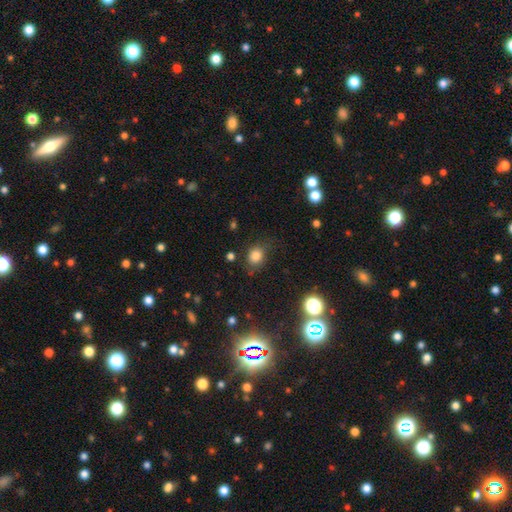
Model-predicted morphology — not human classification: smooth-or-featured: smooth: 80% | star or artifact: 14% | featured or disk: 7%
  how-rounded: round: 62% | in between: 37% | cigar-shaped: 1%
  merging: none: 71% | minor disturbance: 20% | major disturbance: 6% | merger: 3%